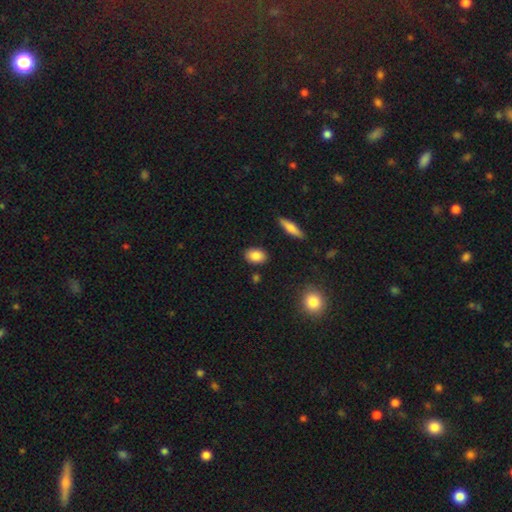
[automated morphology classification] This is clearly a smooth galaxy (86%). How rounded: likely in between (80%). Merging: clearly none (87%).